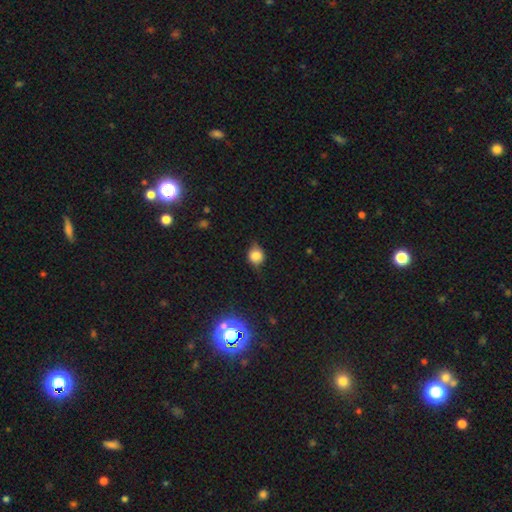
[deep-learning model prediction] smooth_or_featured: smooth (p=0.72) [alt: featured or disk p=0.14]
how_rounded: round (p=0.67) [alt: in between p=0.31]
merging: none (p=0.68) [alt: minor disturbance p=0.25]